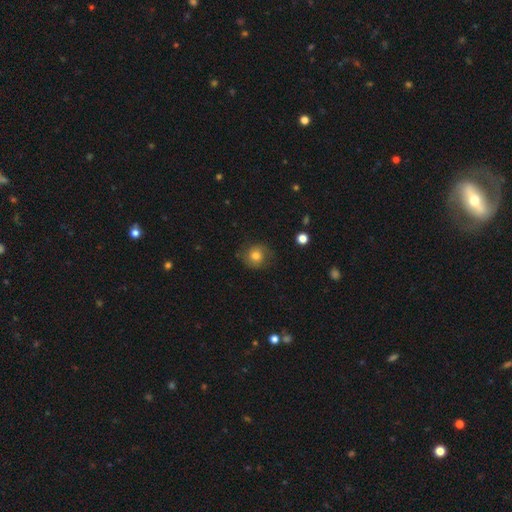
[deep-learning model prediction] Q: Smooth or featured?
A: smooth (69%); runner-up: featured or disk (20%)
Q: How rounded?
A: round (85%); runner-up: in between (14%)
Q: Merging?
A: none (75%); runner-up: minor disturbance (17%)